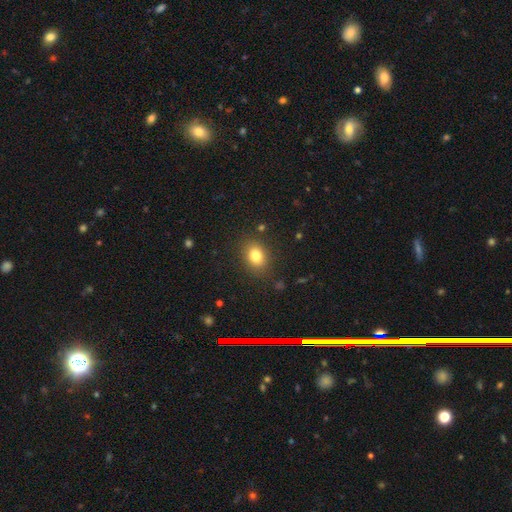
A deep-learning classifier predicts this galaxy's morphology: smooth_or_featured: smooth (p=0.81) [alt: star or artifact p=0.11]
how_rounded: in between (p=0.61) [alt: round p=0.38]
merging: none (p=0.85) [alt: minor disturbance p=0.10]